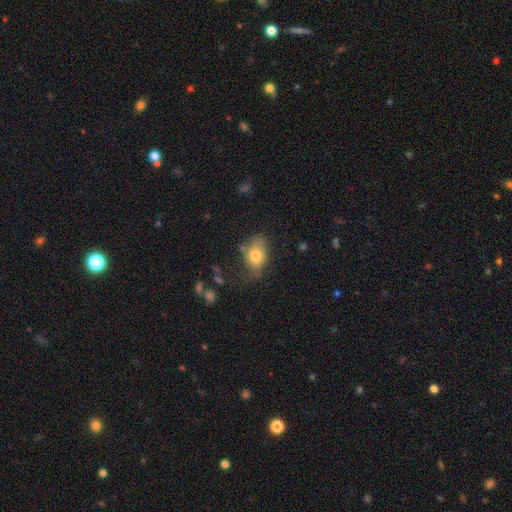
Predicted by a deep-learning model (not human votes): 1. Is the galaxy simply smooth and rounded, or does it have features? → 74% smooth, 17% featured or disk, 9% star or artifact.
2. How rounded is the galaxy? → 77% in between, 21% round, 1% cigar-shaped.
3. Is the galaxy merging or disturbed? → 60% none, 27% minor disturbance, 9% major disturbance, 4% merger.